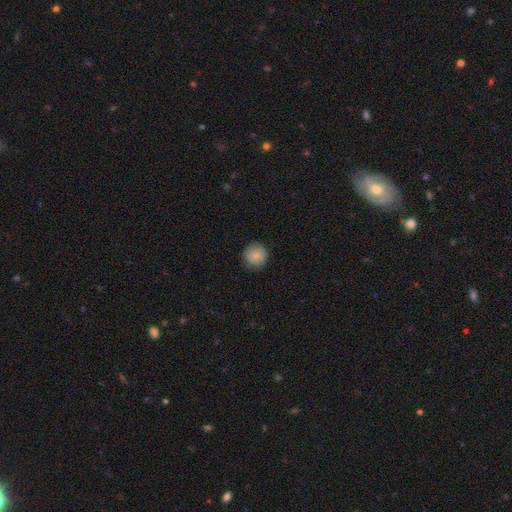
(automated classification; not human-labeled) Smooth or featured?
  - smooth: 83% *
  - featured or disk: 9%
  - star or artifact: 8%
How rounded?
  - round: 94% *
  - in between: 5%
  - cigar-shaped: 1%
Merging?
  - none: 88% *
  - minor disturbance: 9%
  - major disturbance: 2%
  - merger: 1%